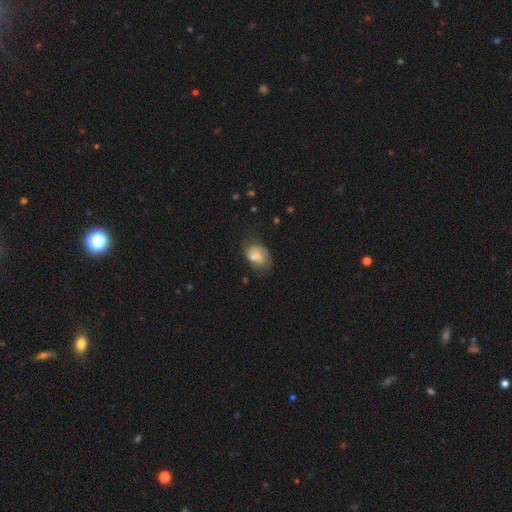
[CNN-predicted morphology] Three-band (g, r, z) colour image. It shows a smooth galaxy with no disk features (67%) that is in between round and cigar-shaped (73%). Merging: none (48%).